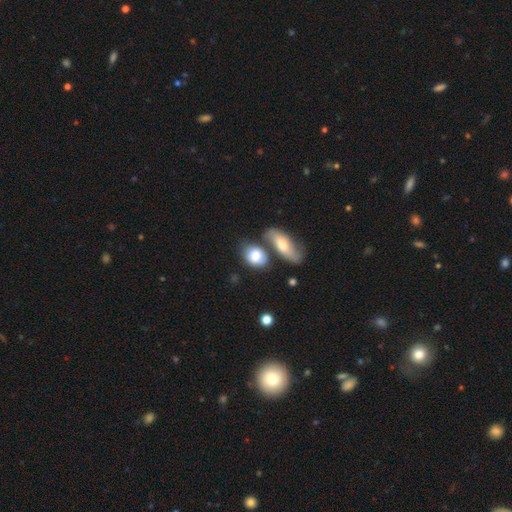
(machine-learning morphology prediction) This is likely a smooth galaxy (79%). How rounded: likely in between (70%). Merging: possibly none (49%).